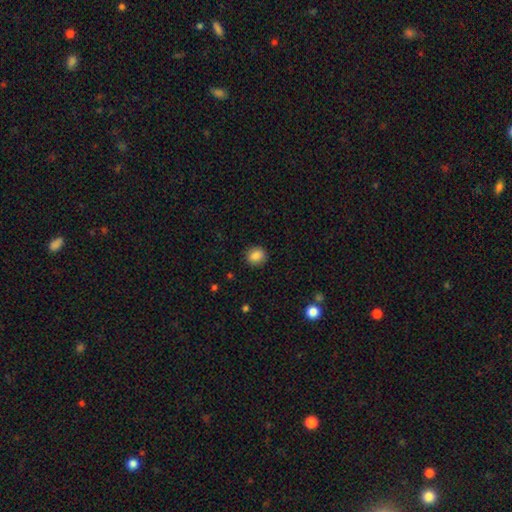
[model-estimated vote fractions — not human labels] Smooth or featured? Predicted: smooth (p=0.85). How rounded? Predicted: round (p=0.77). Merging? Predicted: none (p=0.90).